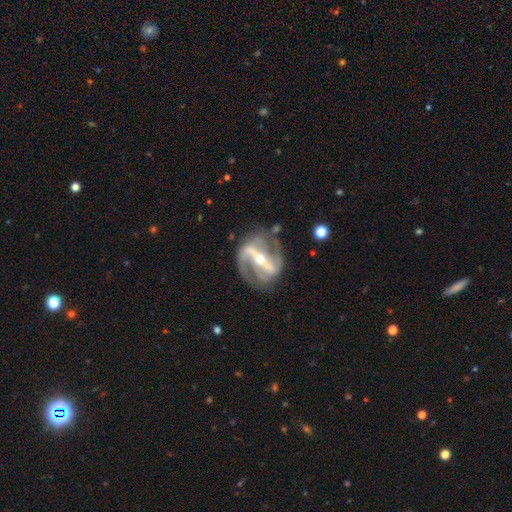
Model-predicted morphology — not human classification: Smooth or featured? Predicted: featured or disk (p=0.90). Edge-on disk? Predicted: no (p=0.92). Bar? Predicted: strong (p=0.80). Spiral arms? Predicted: yes (p=0.93). Spiral winding? Predicted: medium (p=0.45). Spiral arm count? Predicted: 2 (p=0.86). Bulge size? Predicted: small (p=0.50). Merging? Predicted: none (p=0.71).